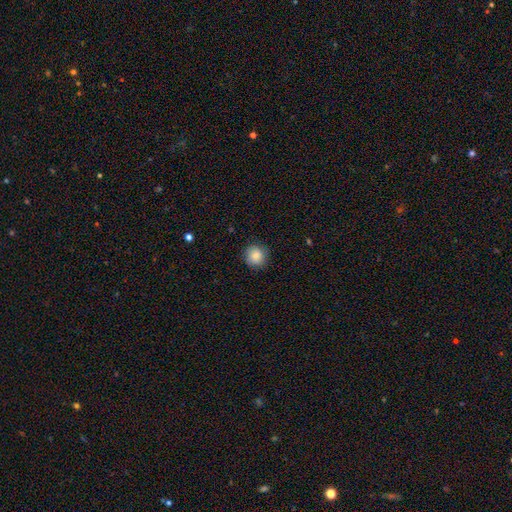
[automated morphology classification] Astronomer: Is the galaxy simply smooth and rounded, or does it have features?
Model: smooth — 86%.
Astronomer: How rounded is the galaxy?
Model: round — 92%.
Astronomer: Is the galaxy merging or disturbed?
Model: none — 87%.